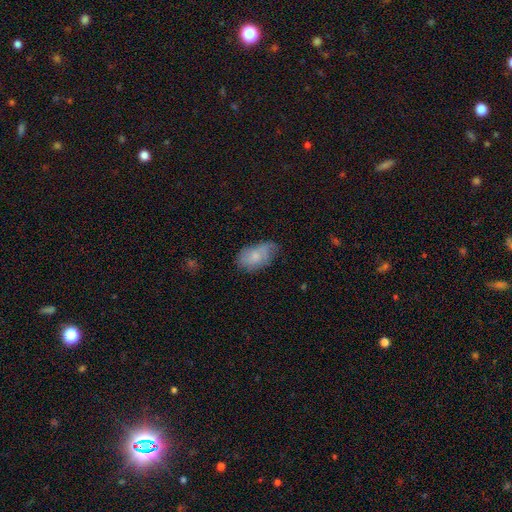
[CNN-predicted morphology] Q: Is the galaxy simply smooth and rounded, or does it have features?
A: smooth — 73%.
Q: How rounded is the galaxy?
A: in between — 92%.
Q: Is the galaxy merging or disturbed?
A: none — 56%.